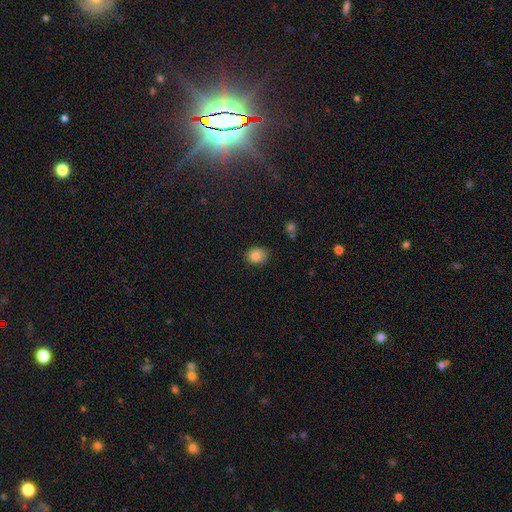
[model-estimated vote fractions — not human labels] smooth_or_featured: smooth (p=0.84) [alt: star or artifact p=0.10]
how_rounded: round (p=0.61) [alt: in between p=0.38]
merging: none (p=0.80) [alt: minor disturbance p=0.16]